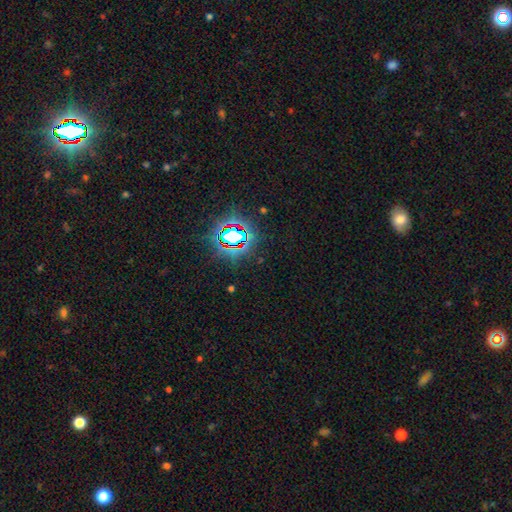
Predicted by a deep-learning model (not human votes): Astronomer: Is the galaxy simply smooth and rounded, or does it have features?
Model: star or artifact — 80%.